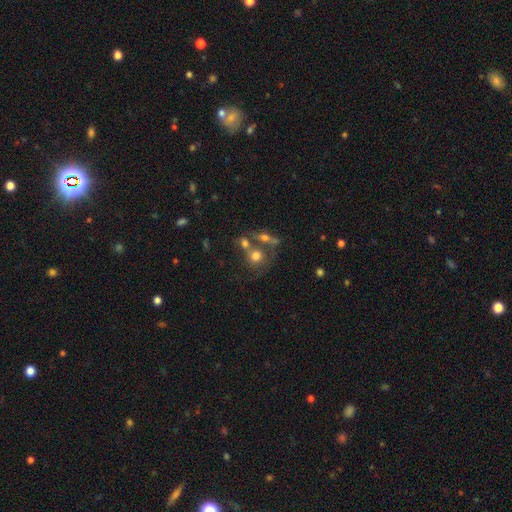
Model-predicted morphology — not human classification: smooth_or_featured: smooth (p=0.60) [alt: featured or disk p=0.27]
how_rounded: round (p=0.76) [alt: in between p=0.21]
merging: merger (p=0.43) [alt: none p=0.38]